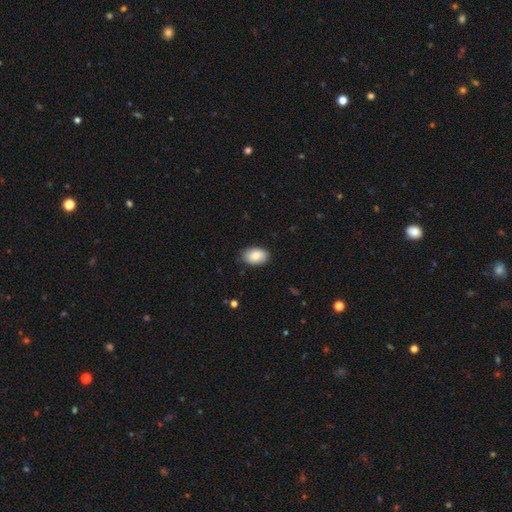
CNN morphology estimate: Smooth or featured?
  - smooth: 86% *
  - featured or disk: 8%
  - star or artifact: 7%
How rounded?
  - in between: 91% *
  - round: 8%
  - cigar-shaped: 1%
Merging?
  - none: 87% *
  - minor disturbance: 10%
  - major disturbance: 2%
  - merger: 1%